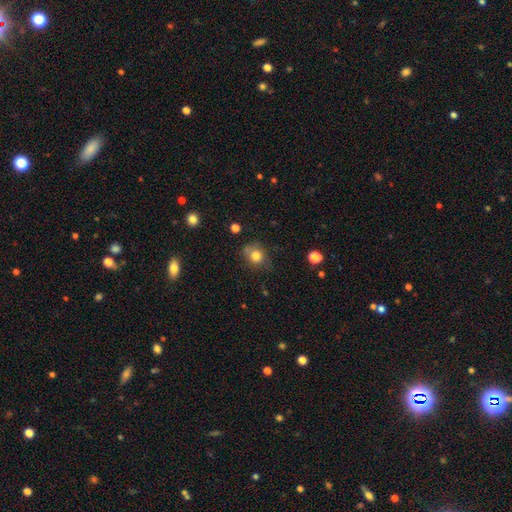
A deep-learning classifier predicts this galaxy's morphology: The model was most divided on "how rounded": round: 68%, in between: 31%, cigar-shaped: 1%. More confident: smooth or featured — smooth (79%); merging — none (64%).